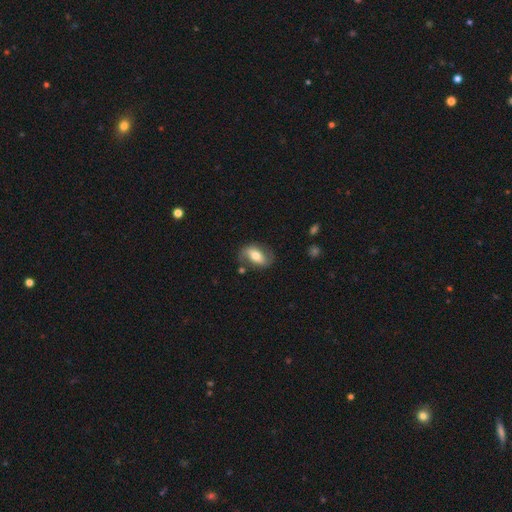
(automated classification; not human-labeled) Smooth or featured?
  - featured or disk: 48% *
  - smooth: 45%
  - star or artifact: 7%
Merging?
  - none: 70% *
  - minor disturbance: 19%
  - major disturbance: 7%
  - merger: 4%